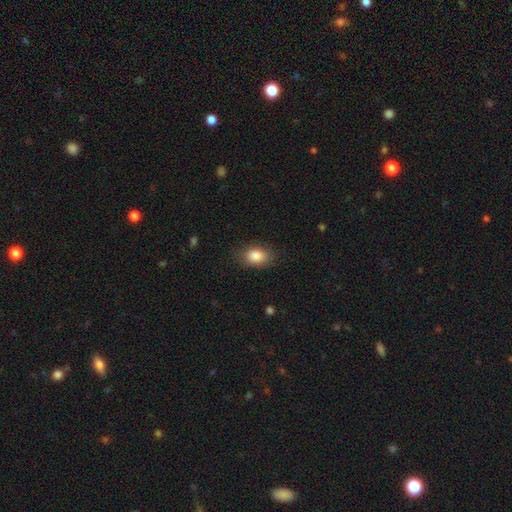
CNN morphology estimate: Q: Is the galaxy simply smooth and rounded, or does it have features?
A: smooth — 86%.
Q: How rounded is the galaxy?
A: in between — 83%.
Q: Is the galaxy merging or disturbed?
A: none — 81%.